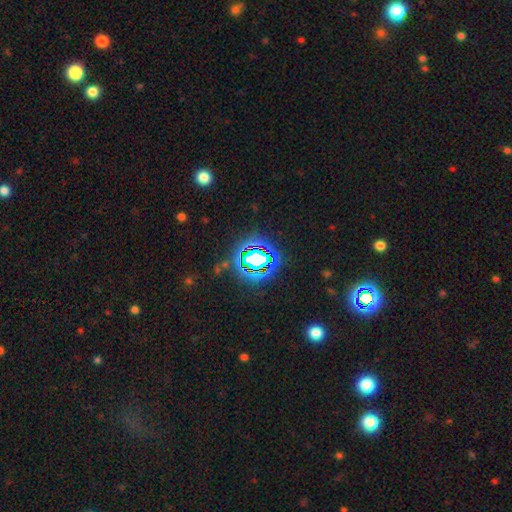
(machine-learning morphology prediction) A star or artifact, not a galaxy (74%).

Vote fractions:
- Smooth or featured? star or artifact: 74% / smooth: 16% / featured or disk: 10%